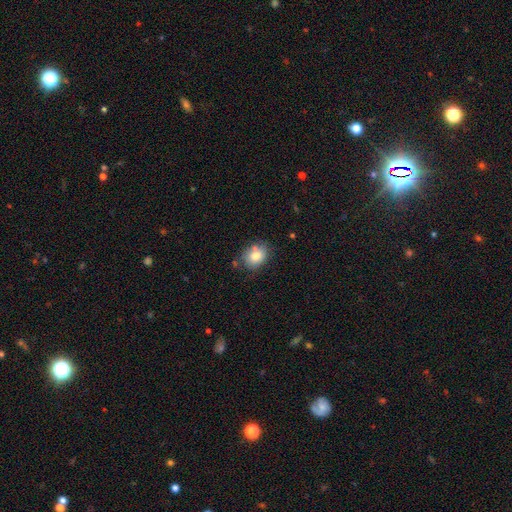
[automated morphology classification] This appears to be a smooth galaxy with no disk features (81%) that is in between round and cigar-shaped (57%). Merging: none (70%).